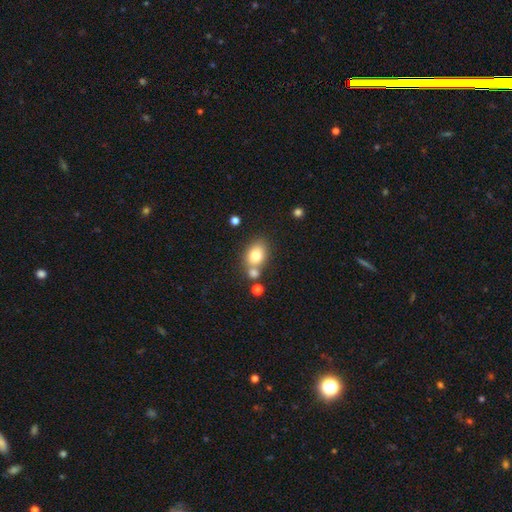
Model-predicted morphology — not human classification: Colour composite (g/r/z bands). It shows a smooth galaxy with no disk features (76%) that is in between round and cigar-shaped (65%). Merging: none (54%).